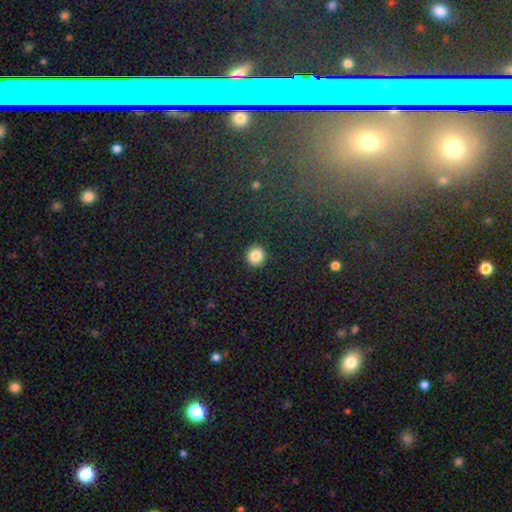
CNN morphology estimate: Smooth or featured? Predicted: smooth (p=0.85). How rounded? Predicted: round (p=0.93). Merging? Predicted: none (p=0.92).